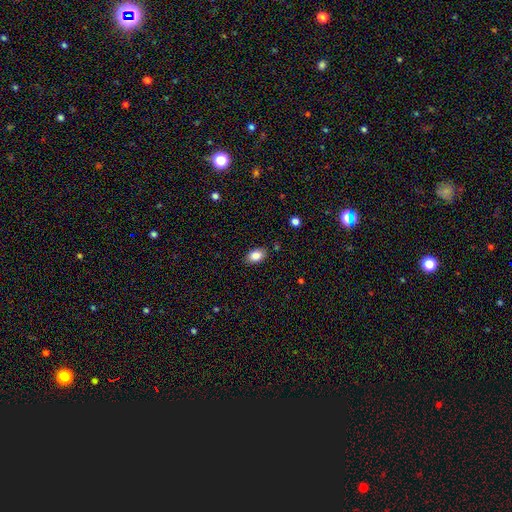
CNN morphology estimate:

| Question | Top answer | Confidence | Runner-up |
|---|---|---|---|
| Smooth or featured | smooth | 86% | star or artifact (8%) |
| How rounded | in between | 89% | round (10%) |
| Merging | none | 85% | minor disturbance (11%) |